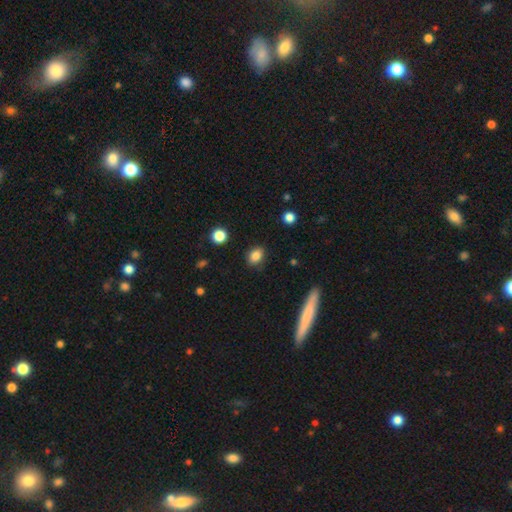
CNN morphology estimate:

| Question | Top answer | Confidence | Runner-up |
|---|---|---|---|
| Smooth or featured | smooth | 85% | star or artifact (9%) |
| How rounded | in between | 62% | round (36%) |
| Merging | none | 85% | minor disturbance (10%) |